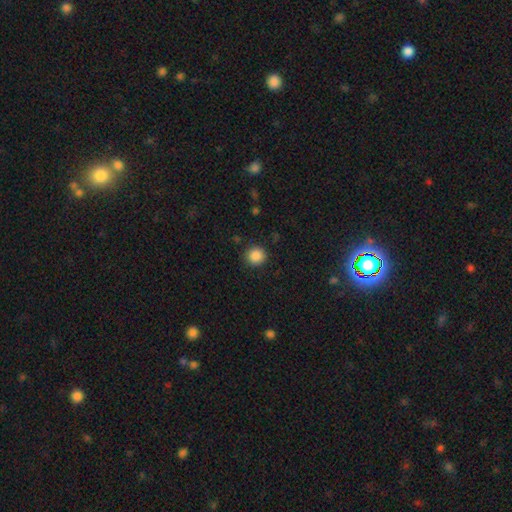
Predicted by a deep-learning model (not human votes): Smooth or featured?
  - smooth: 87% *
  - star or artifact: 10%
  - featured or disk: 3%
How rounded?
  - round: 92% *
  - in between: 7%
  - cigar-shaped: 1%
Merging?
  - none: 89% *
  - minor disturbance: 7%
  - major disturbance: 2%
  - merger: 1%